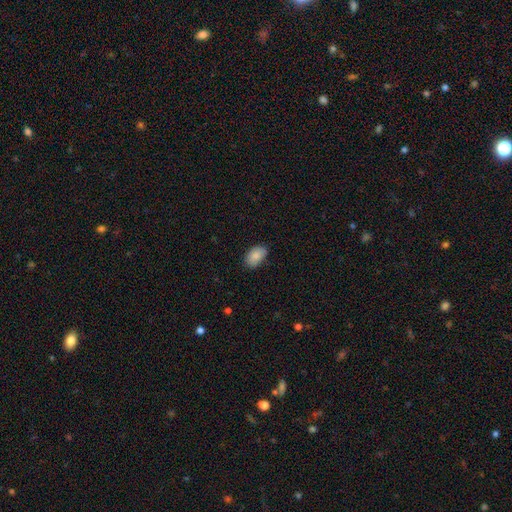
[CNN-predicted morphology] The model was most divided on "merging": none: 77%, minor disturbance: 19%, major disturbance: 3%, merger: 1%. More confident: how rounded — in between (92%); smooth or featured — smooth (87%).